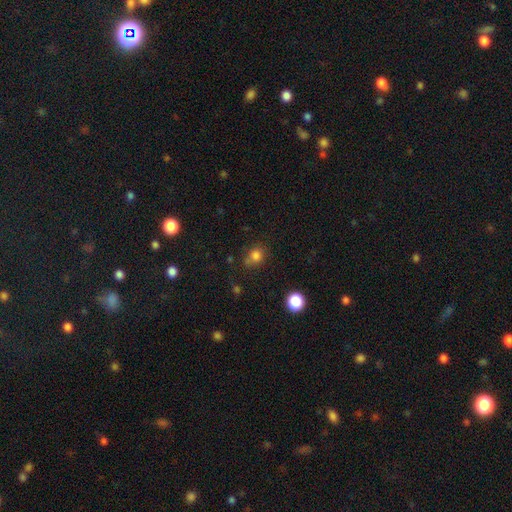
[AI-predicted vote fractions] A smooth galaxy with no disk features (80%) that is round (77%). Merging: none (69%).